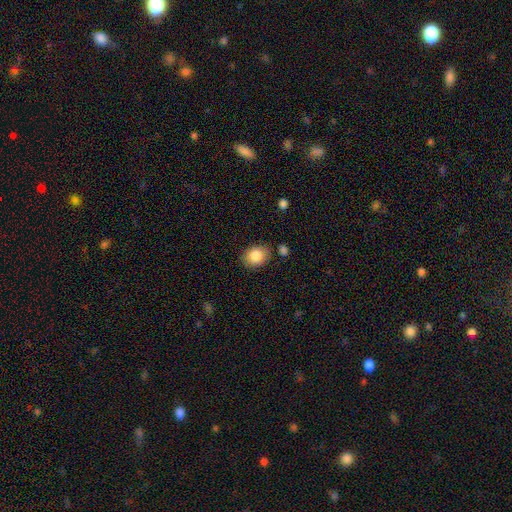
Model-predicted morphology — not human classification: The model was most divided on "how rounded": in between: 61%, round: 38%, cigar-shaped: 1%. More confident: smooth or featured — smooth (85%); merging — none (82%).